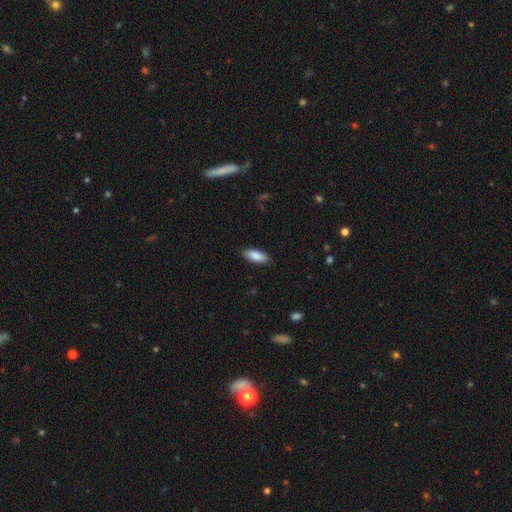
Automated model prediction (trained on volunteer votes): Smooth or featured?
  - smooth: 87% *
  - featured or disk: 7%
  - star or artifact: 6%
How rounded?
  - in between: 78% *
  - cigar-shaped: 20%
  - round: 2%
Merging?
  - none: 86% *
  - minor disturbance: 11%
  - major disturbance: 2%
  - merger: 1%